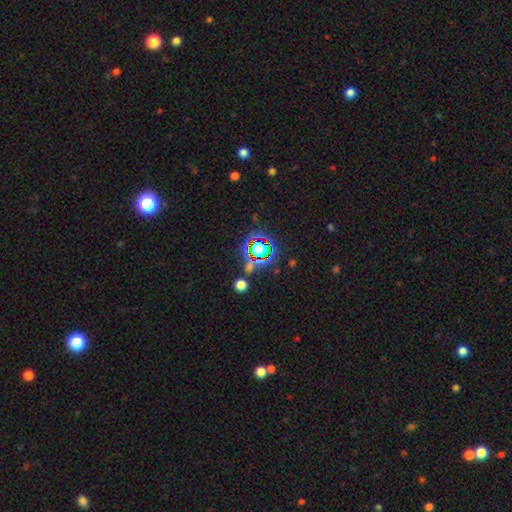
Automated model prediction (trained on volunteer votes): A star or artifact, not a galaxy (78%).